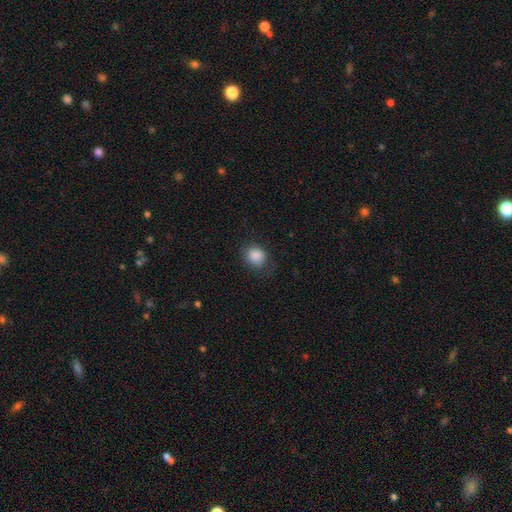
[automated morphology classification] A smooth galaxy with no disk features (87%) that is round (67%). Merging: none (75%).